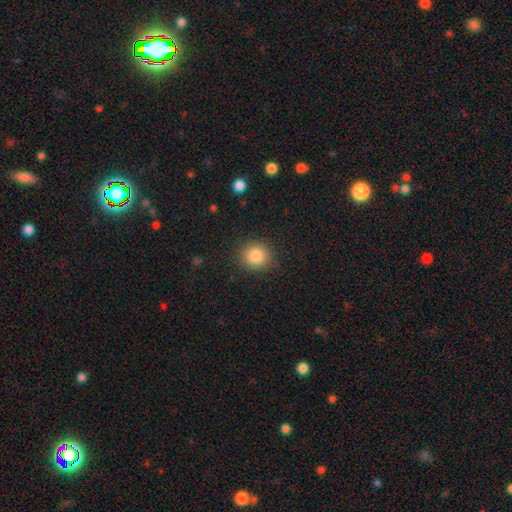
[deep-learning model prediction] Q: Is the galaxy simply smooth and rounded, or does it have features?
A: smooth — 85%.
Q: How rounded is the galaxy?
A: round — 84%.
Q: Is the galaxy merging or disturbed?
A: none — 87%.